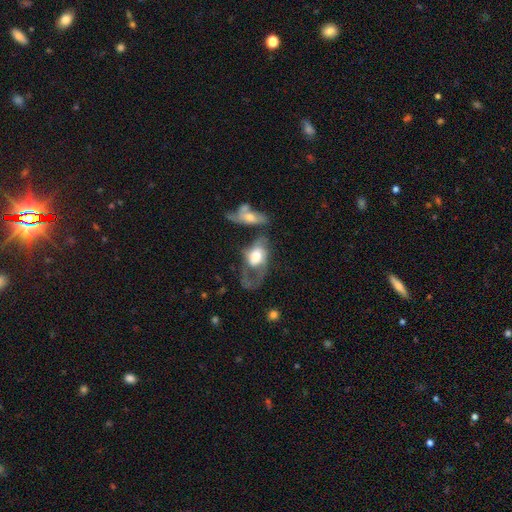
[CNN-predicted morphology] smooth_or_featured: featured or disk (p=0.53) [alt: smooth p=0.40]
disk_edge_on: no (p=0.90) [alt: yes p=0.10]
merging: major disturbance (p=0.43) [alt: merger p=0.24]